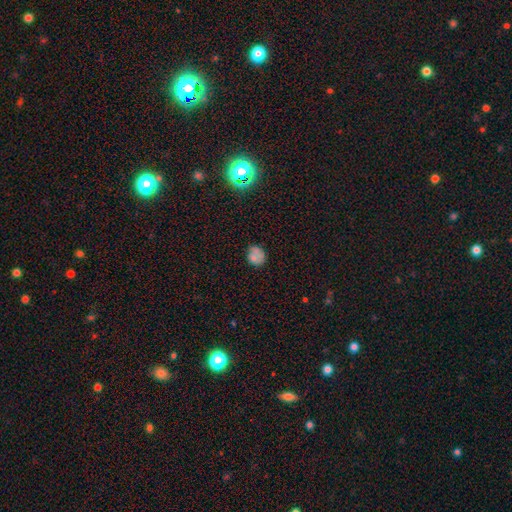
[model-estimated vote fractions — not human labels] Smooth or featured? Predicted: smooth (p=0.71). How rounded? Predicted: round (p=0.66). Merging? Predicted: none (p=0.59).